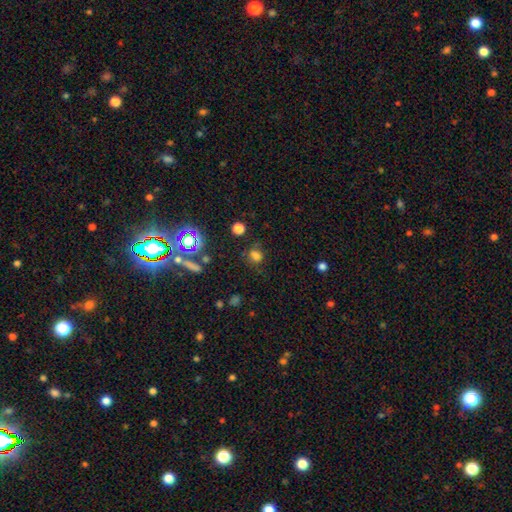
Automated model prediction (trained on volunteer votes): smooth 68%, star or artifact 24%, featured or disk 8%. Down the decision tree: how rounded — round (67%); merging — none (69%).